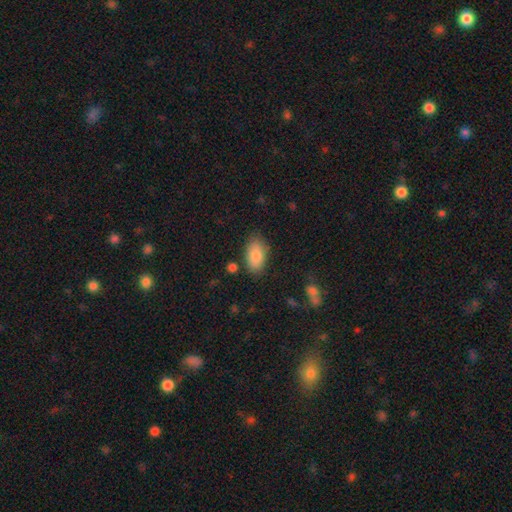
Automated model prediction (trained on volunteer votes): Overall: smooth (85%). How rounded: in between (93%). Merging: none (81%).